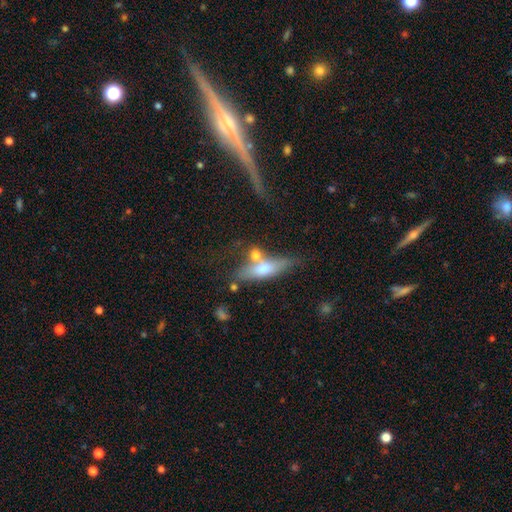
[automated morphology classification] Smooth or featured: smooth — 57% (featured or disk — 35%)
How rounded: in between — 49% (cigar-shaped — 42%)
Merging: none — 38% (merger — 37%)